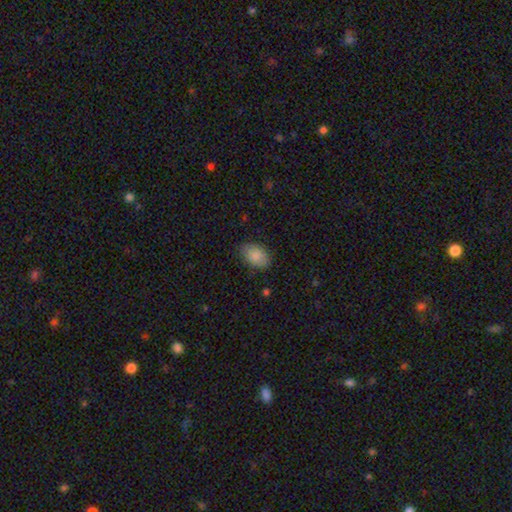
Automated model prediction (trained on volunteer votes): smooth 88%, star or artifact 7%, featured or disk 5%. Down the decision tree: how rounded — in between (88%); merging — none (83%).